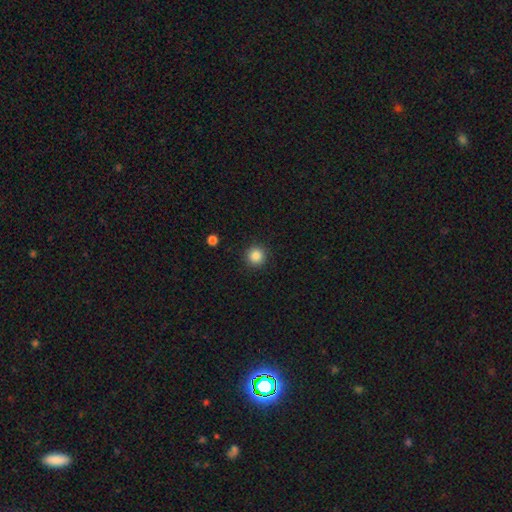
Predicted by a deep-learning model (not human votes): Smooth or featured? smooth (86%)
How rounded? round (95%)
Merging? none (92%)